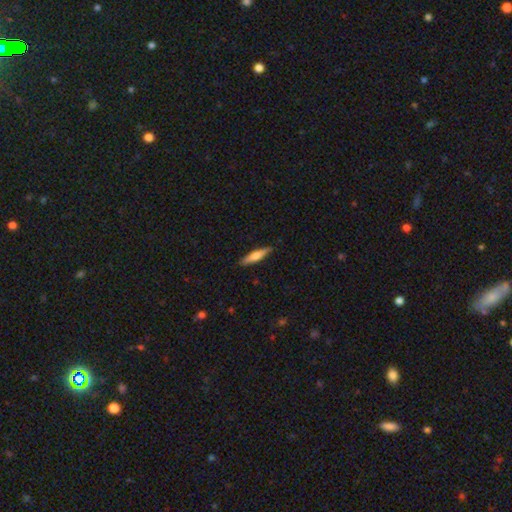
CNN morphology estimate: This is possibly a smooth galaxy (57%). How rounded: clearly cigar-shaped (84%). Merging: clearly none (89%).